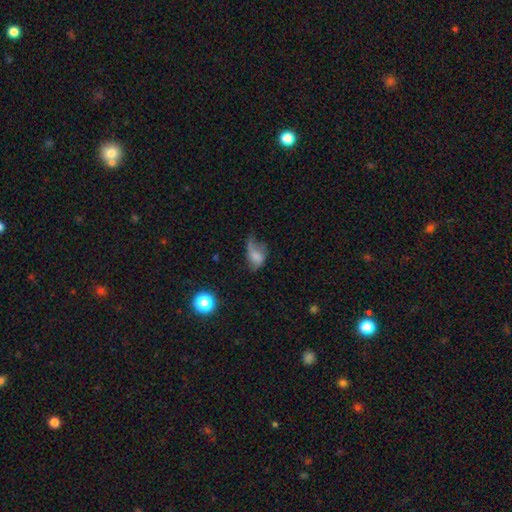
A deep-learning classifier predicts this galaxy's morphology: smooth 55%, featured or disk 31%, star or artifact 14%. Down the decision tree: how rounded — in between (81%); merging — major disturbance (44%).